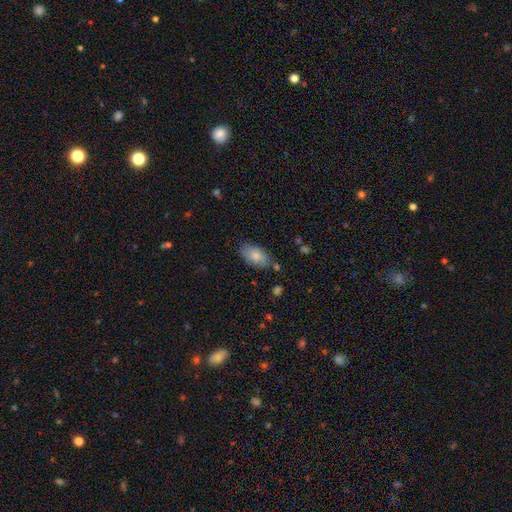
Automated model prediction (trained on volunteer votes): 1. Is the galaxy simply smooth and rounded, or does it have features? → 81% smooth, 13% featured or disk, 7% star or artifact.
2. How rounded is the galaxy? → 93% in between, 4% round, 3% cigar-shaped.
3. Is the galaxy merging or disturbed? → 77% none, 16% minor disturbance, 4% merger, 3% major disturbance.